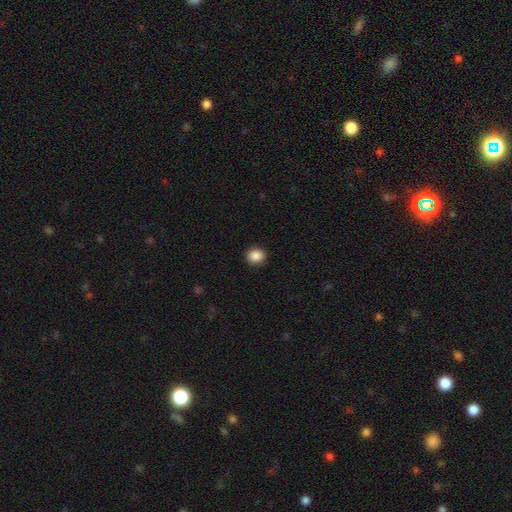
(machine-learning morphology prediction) smooth_or_featured: smooth (p=0.88) [alt: star or artifact p=0.09]
how_rounded: round (p=0.70) [alt: in between p=0.29]
merging: none (p=0.91) [alt: minor disturbance p=0.06]